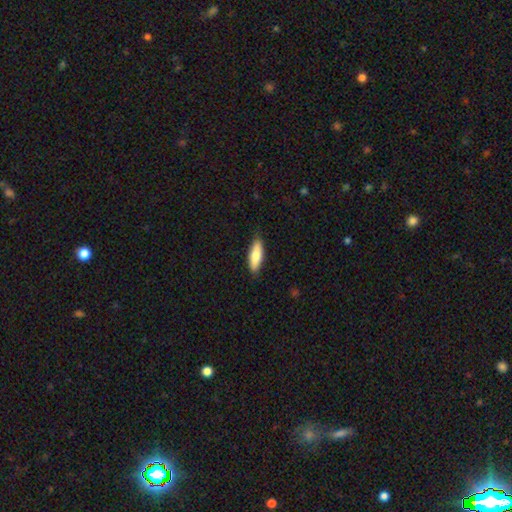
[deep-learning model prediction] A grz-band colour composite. It shows a smooth galaxy with no disk features (78%) that is in between round and cigar-shaped (50%). Merging: none (84%).